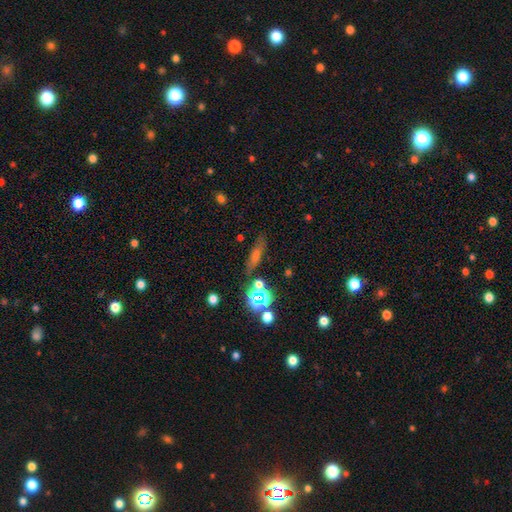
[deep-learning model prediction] smooth_or_featured: smooth (p=0.37) [alt: star or artifact p=0.34]
merging: none (p=0.77) [alt: minor disturbance p=0.12]